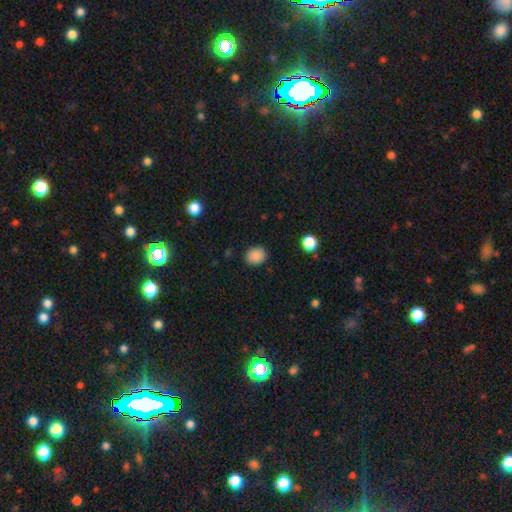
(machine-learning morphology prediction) Smooth or featured?
  - smooth: 88% *
  - star or artifact: 10%
  - featured or disk: 3%
How rounded?
  - round: 63% *
  - in between: 36%
  - cigar-shaped: 1%
Merging?
  - none: 87% *
  - minor disturbance: 9%
  - major disturbance: 2%
  - merger: 1%